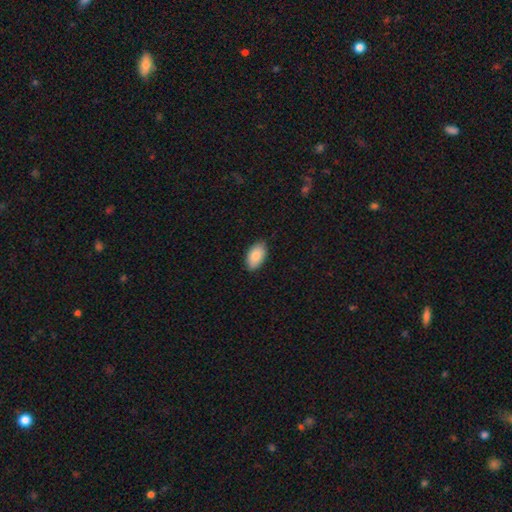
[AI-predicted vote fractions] smooth_or_featured: smooth (p=0.85) [alt: featured or disk p=0.09]
how_rounded: in between (p=0.94) [alt: round p=0.04]
merging: none (p=0.85) [alt: minor disturbance p=0.12]